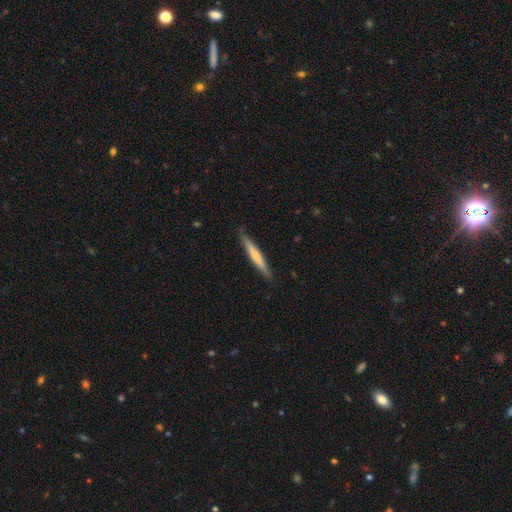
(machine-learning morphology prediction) A smooth galaxy with no disk features (59%) that is cigar-shaped (96%).

Vote fractions:
- Smooth or featured? smooth: 59% / featured or disk: 36% / star or artifact: 5%
- How rounded? cigar-shaped: 96% / in between: 3% / round: 1%
- Merging? none: 88% / minor disturbance: 10% / major disturbance: 2% / merger: 1%